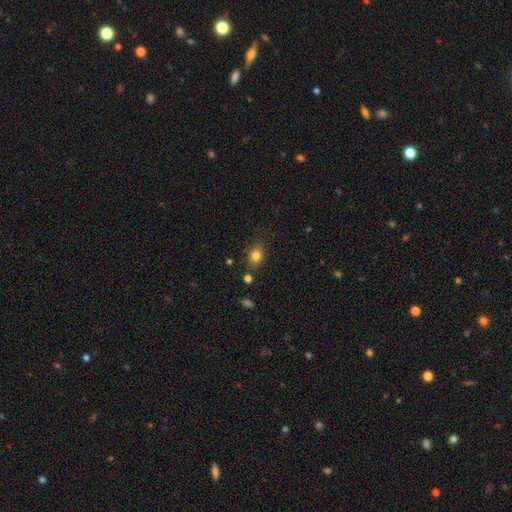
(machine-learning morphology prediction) This appears to be a smooth galaxy with no disk features (81%) that is in between round and cigar-shaped (51%). Merging: none (79%).